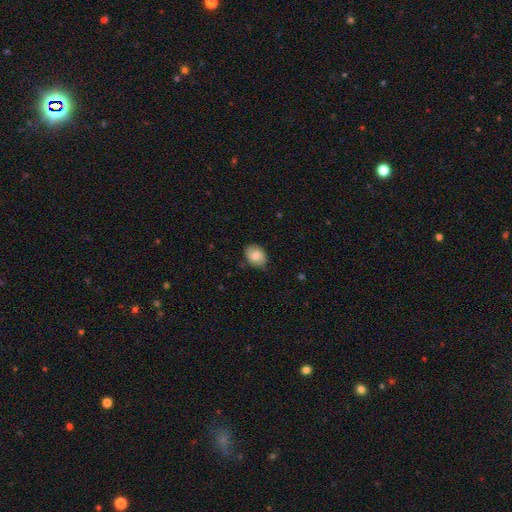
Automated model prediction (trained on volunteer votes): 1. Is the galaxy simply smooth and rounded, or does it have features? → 75% smooth, 17% featured or disk, 7% star or artifact.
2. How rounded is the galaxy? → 60% in between, 39% round, 1% cigar-shaped.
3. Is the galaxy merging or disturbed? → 75% none, 21% minor disturbance, 4% major disturbance, 1% merger.